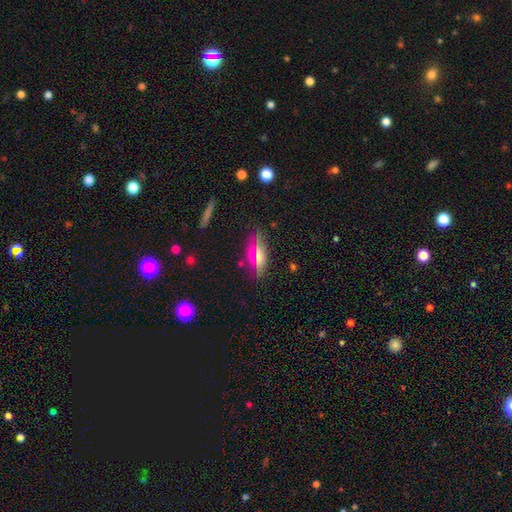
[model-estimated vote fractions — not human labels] Morphology: type=smooth (59%); roundness=in between (82%); merging=none (81%).